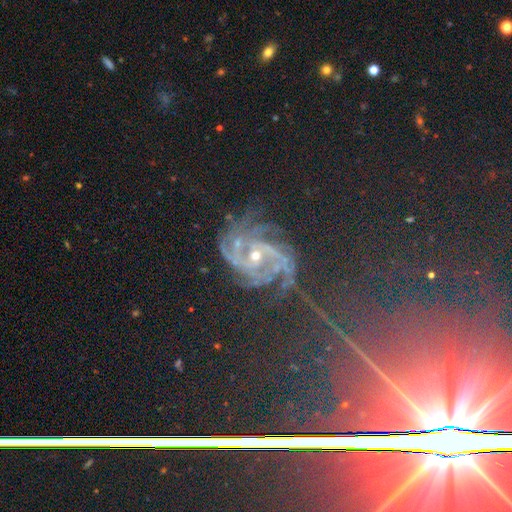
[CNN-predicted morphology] A featured or disk galaxy (59%) with no bar (52%), 3 (24%) medium (43%) spiral arms (96%) and a small central bulge (69%). Merging: none (70%).